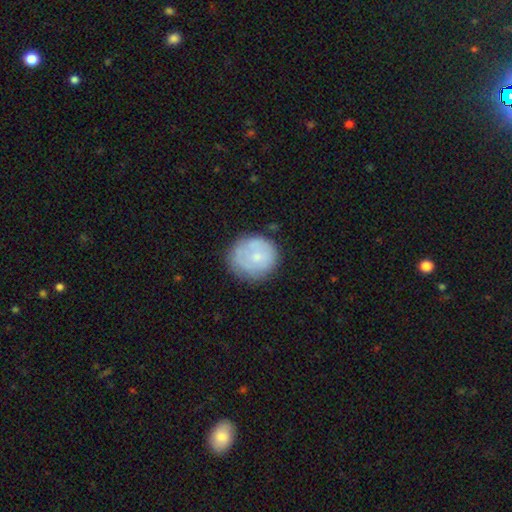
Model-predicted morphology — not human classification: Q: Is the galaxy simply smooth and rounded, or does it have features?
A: smooth — 62%.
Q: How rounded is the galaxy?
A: round — 88%.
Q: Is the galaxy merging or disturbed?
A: none — 69%.